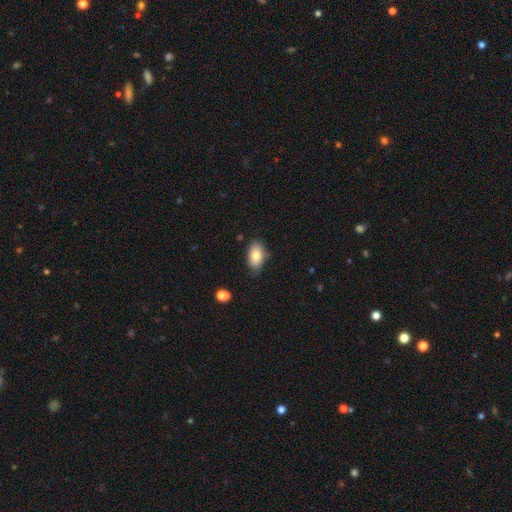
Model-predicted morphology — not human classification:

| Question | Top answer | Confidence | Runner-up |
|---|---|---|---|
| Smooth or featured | smooth | 80% | featured or disk (12%) |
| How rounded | in between | 92% | round (6%) |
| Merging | none | 80% | minor disturbance (15%) |